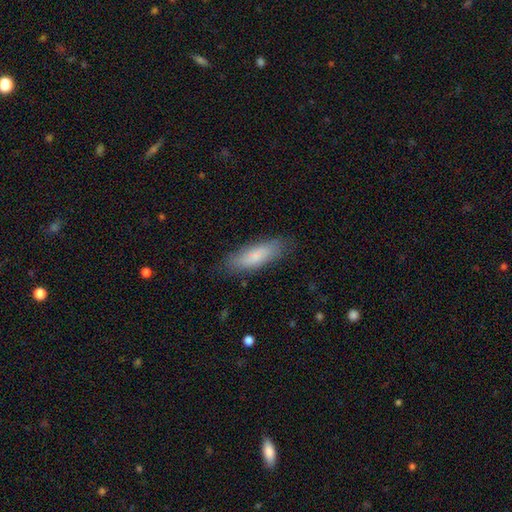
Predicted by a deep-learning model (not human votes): A smooth galaxy with no disk features (76%) that is in between round and cigar-shaped (55%).

Vote fractions:
- Smooth or featured? smooth: 76% / featured or disk: 18% / star or artifact: 6%
- How rounded? in between: 55% / cigar-shaped: 43% / round: 2%
- Merging? none: 81% / minor disturbance: 14% / major disturbance: 3% / merger: 1%